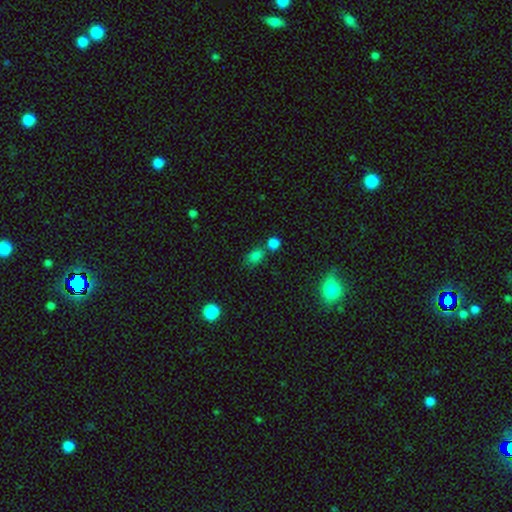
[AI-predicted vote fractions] Smooth or featured?
  - smooth: 79% *
  - star or artifact: 14%
  - featured or disk: 6%
How rounded?
  - in between: 69% *
  - round: 29%
  - cigar-shaped: 2%
Merging?
  - none: 57% *
  - merger: 23%
  - minor disturbance: 15%
  - major disturbance: 5%